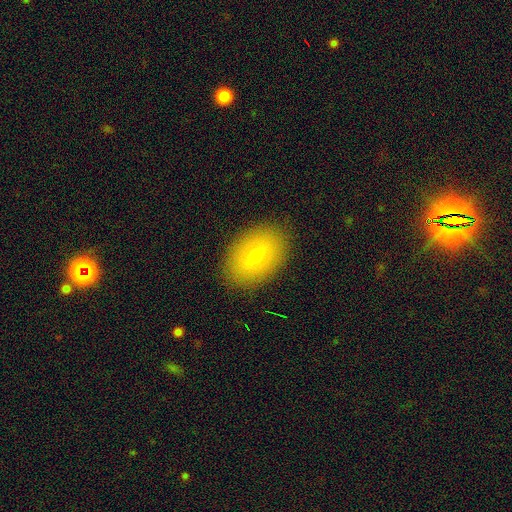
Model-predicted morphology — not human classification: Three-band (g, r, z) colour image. It shows a smooth galaxy with no disk features (72%) that is in between round and cigar-shaped (78%). Merging: none (87%).